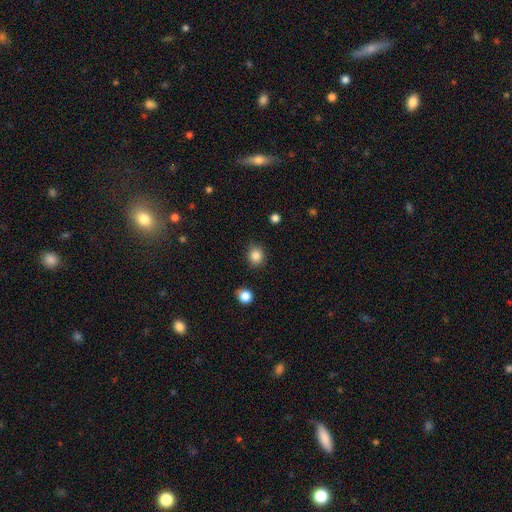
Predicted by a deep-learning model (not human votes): Smooth or featured: smooth — 85% (star or artifact — 11%)
How rounded: round — 81% (in between — 18%)
Merging: none — 86% (minor disturbance — 10%)